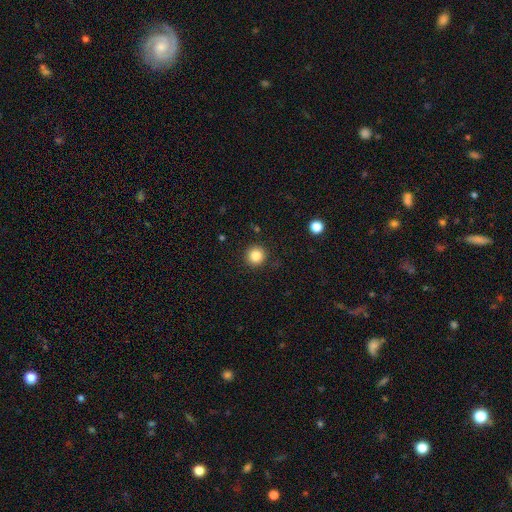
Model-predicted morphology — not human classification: This is clearly a smooth galaxy (84%). How rounded: clearly round (95%). Merging: clearly none (91%).